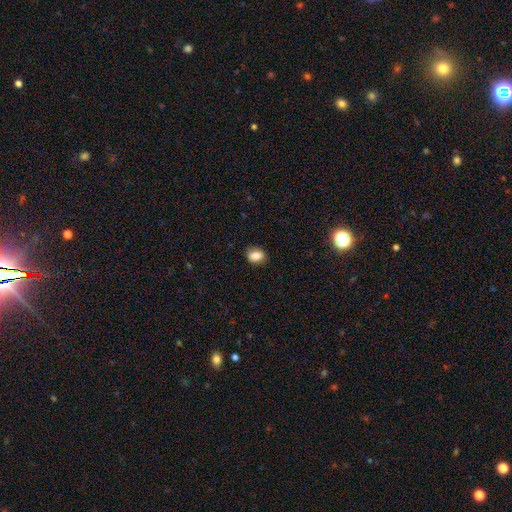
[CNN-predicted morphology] Smooth or featured? smooth (83%)
How rounded? in between (67%)
Merging? none (85%)